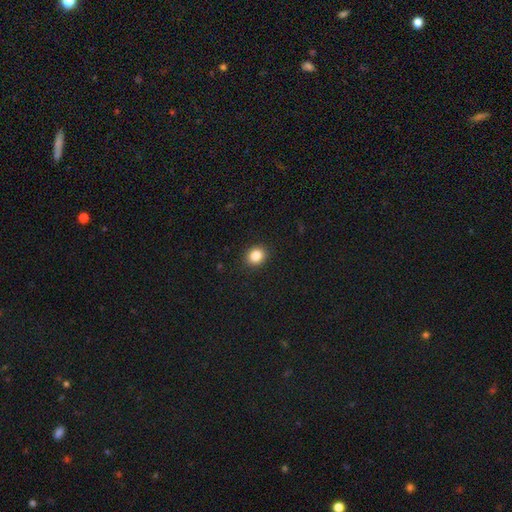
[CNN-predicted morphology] smooth 85%, star or artifact 10%, featured or disk 5%. Down the decision tree: how rounded — round (64%); merging — none (90%).